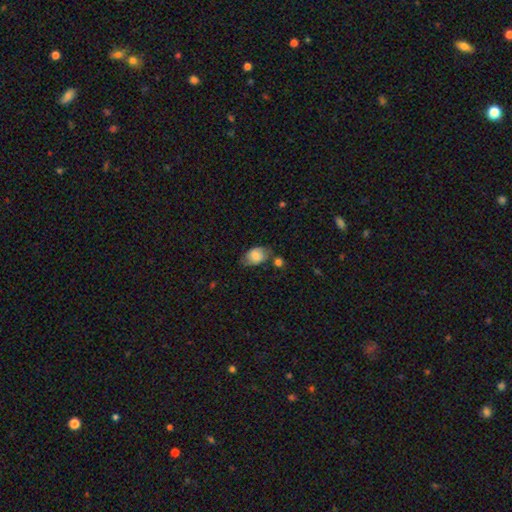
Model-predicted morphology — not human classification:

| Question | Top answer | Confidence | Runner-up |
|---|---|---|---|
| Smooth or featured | smooth | 74% | featured or disk (19%) |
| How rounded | in between | 82% | round (17%) |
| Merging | none | 57% | minor disturbance (25%) |